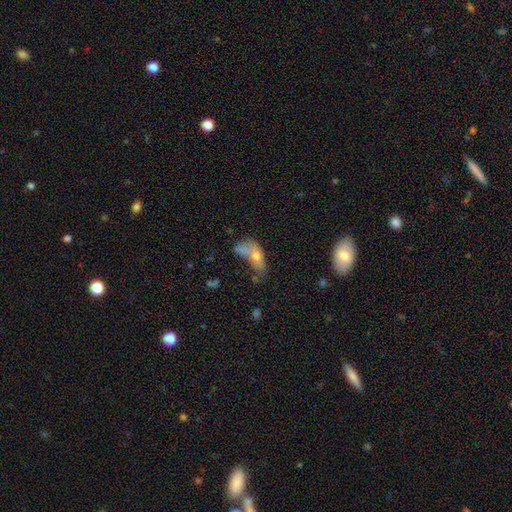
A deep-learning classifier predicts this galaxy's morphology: The model was most divided on "merging": major disturbance: 32%, merger: 29%, none: 21%, minor disturbance: 18%. More confident: how rounded — in between (78%); smooth or featured — smooth (59%).